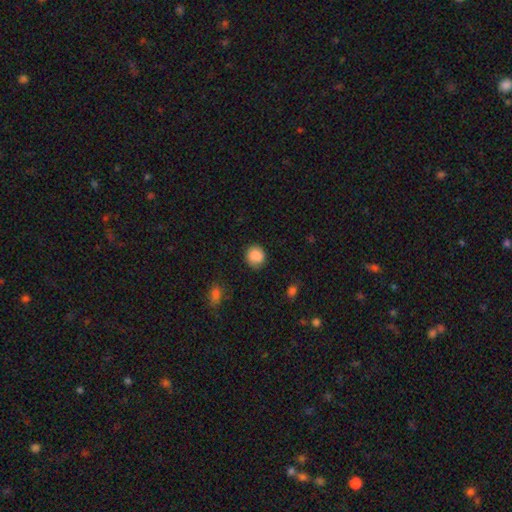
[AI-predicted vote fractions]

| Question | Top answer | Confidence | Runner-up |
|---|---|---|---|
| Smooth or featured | smooth | 88% | star or artifact (8%) |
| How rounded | round | 85% | in between (14%) |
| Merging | none | 84% | minor disturbance (11%) |